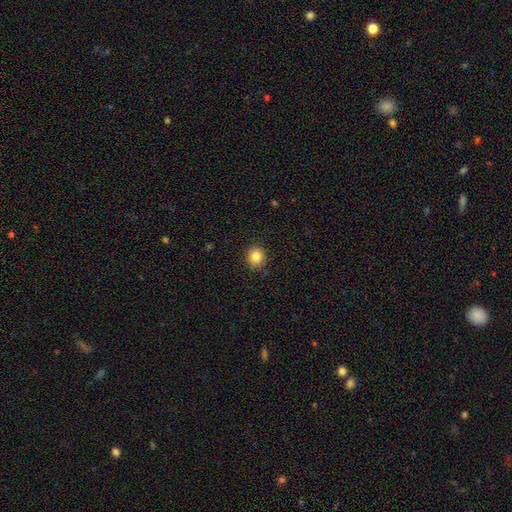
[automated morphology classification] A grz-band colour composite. It shows a smooth galaxy with no disk features (84%) that is round (87%). Merging: none (89%).